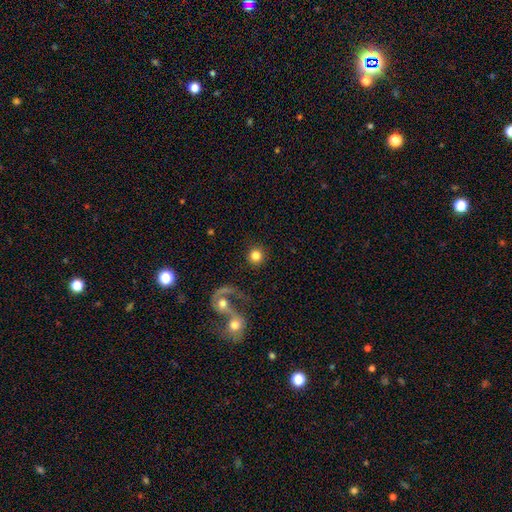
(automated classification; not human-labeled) smooth-or-featured: smooth: 81% | featured or disk: 11% | star or artifact: 9%
  how-rounded: round: 95% | in between: 4% | cigar-shaped: 1%
  merging: none: 86% | merger: 5% | minor disturbance: 5% | major disturbance: 4%